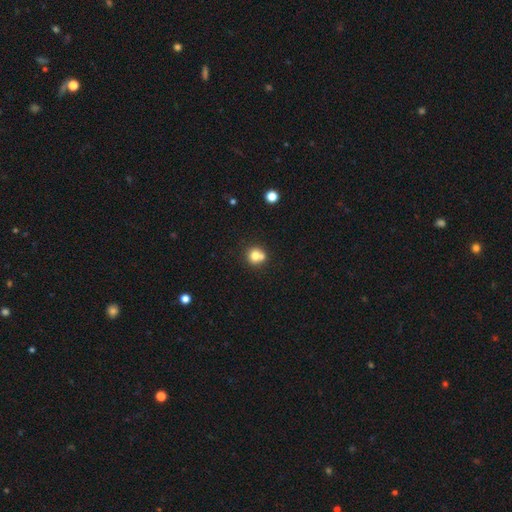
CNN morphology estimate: The model was most divided on "merging": none: 50%, merger: 37%, minor disturbance: 10%, major disturbance: 3%. More confident: how rounded — round (86%); smooth or featured — smooth (74%).